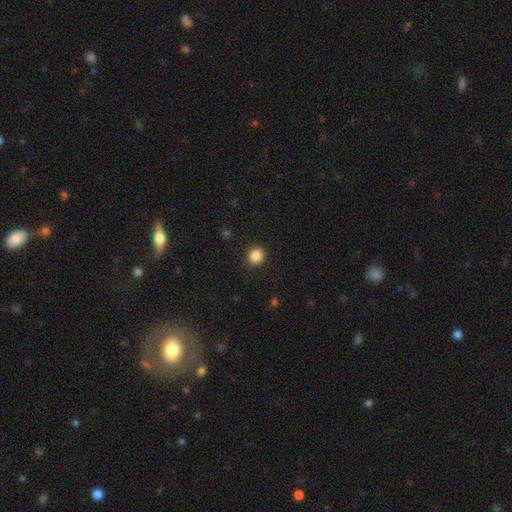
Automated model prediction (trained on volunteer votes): Smooth or featured? Predicted: smooth (p=0.87). How rounded? Predicted: round (p=0.84). Merging? Predicted: none (p=0.91).